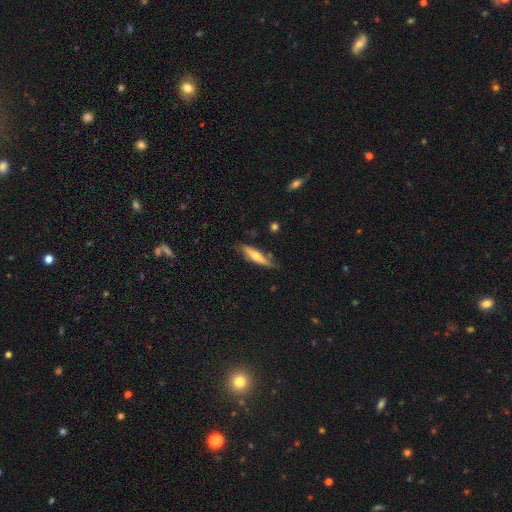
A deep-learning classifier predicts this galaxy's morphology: type=smooth (47%, tied with featured or disk); merging=none (79%).